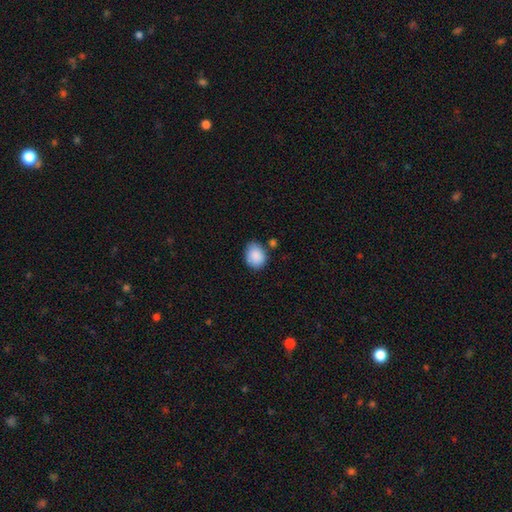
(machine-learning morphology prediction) Q: Smooth or featured?
A: smooth (89%); runner-up: star or artifact (7%)
Q: How rounded?
A: in between (50%); runner-up: round (49%)
Q: Merging?
A: none (72%); runner-up: minor disturbance (19%)